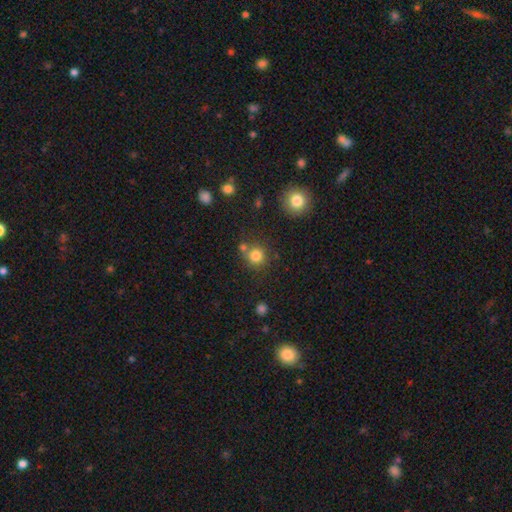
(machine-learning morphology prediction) Smooth or featured?
  - smooth: 80% *
  - star or artifact: 13%
  - featured or disk: 7%
How rounded?
  - round: 90% *
  - in between: 9%
  - cigar-shaped: 1%
Merging?
  - none: 68% *
  - merger: 18%
  - minor disturbance: 10%
  - major disturbance: 4%